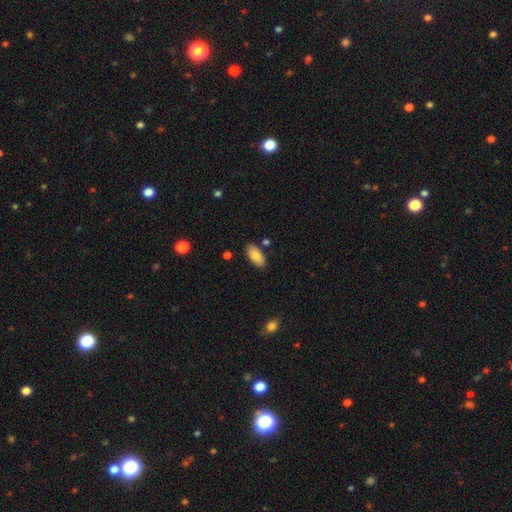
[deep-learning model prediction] A smooth galaxy with no disk features (85%) that is in between round and cigar-shaped (91%).

Vote fractions:
- Smooth or featured? smooth: 85% / featured or disk: 8% / star or artifact: 7%
- How rounded? in between: 91% / cigar-shaped: 7% / round: 2%
- Merging? none: 84% / minor disturbance: 10% / merger: 3% / major disturbance: 2%